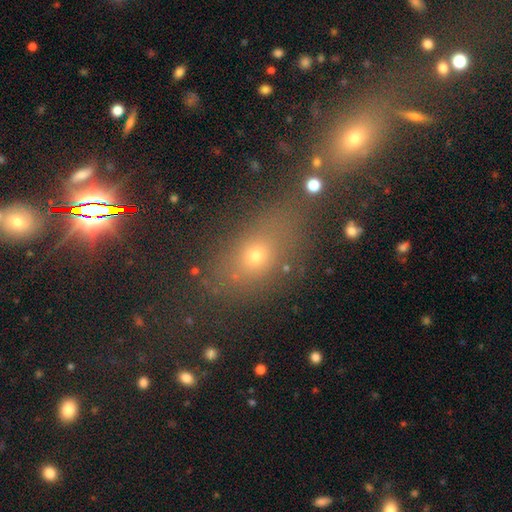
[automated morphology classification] This appears to be a smooth galaxy with no disk features (63%) that is in between round and cigar-shaped (63%). Merging: none (69%).